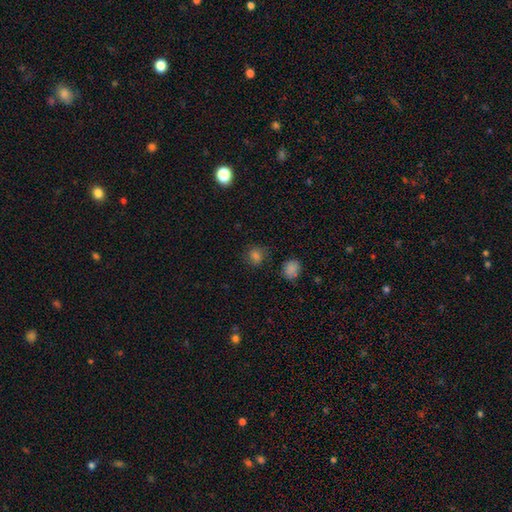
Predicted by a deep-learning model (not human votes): Smooth or featured: smooth — 74% (star or artifact — 20%)
How rounded: round — 75% (in between — 24%)
Merging: none — 78% (minor disturbance — 15%)